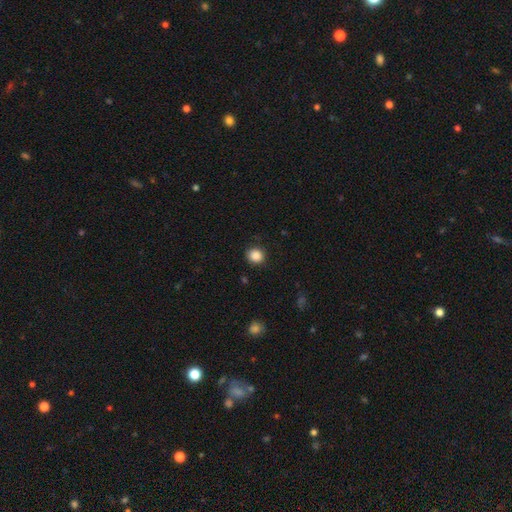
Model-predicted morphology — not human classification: Smooth or featured? smooth (87%)
How rounded? round (86%)
Merging? none (87%)